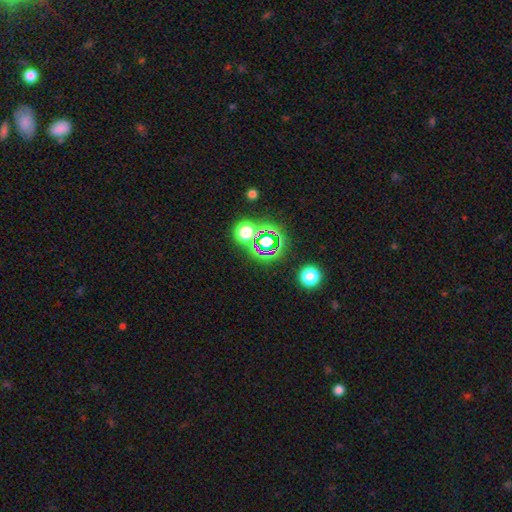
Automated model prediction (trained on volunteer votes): smooth-or-featured: star or artifact: 69% | smooth: 22% | featured or disk: 9%